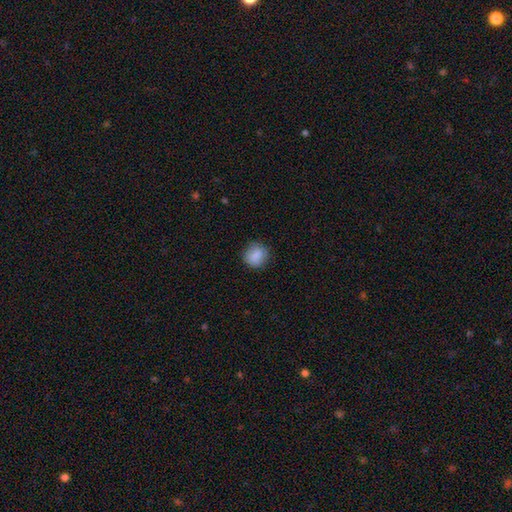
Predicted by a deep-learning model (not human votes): smooth-or-featured: smooth: 85% | star or artifact: 8% | featured or disk: 7%
  how-rounded: round: 83% | in between: 16% | cigar-shaped: 1%
  merging: none: 83% | minor disturbance: 13% | major disturbance: 3% | merger: 1%